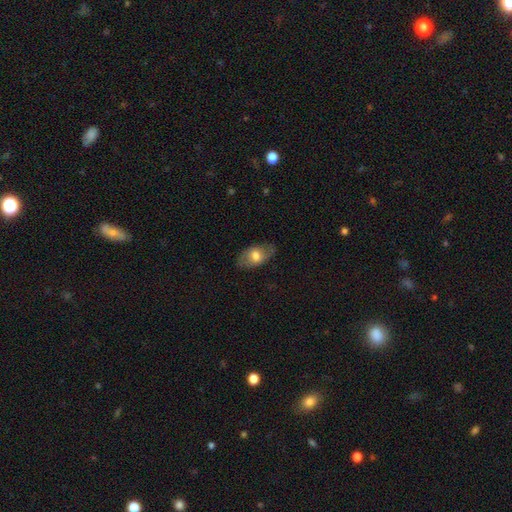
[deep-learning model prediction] Morphology: type=smooth (63%); roundness=in between (90%); merging=none (77%).